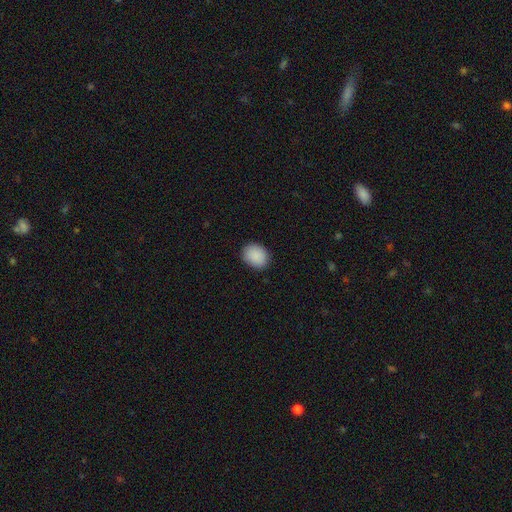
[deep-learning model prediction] This appears to be a smooth galaxy with no disk features (90%) that is in between round and cigar-shaped (56%). Merging: none (87%).